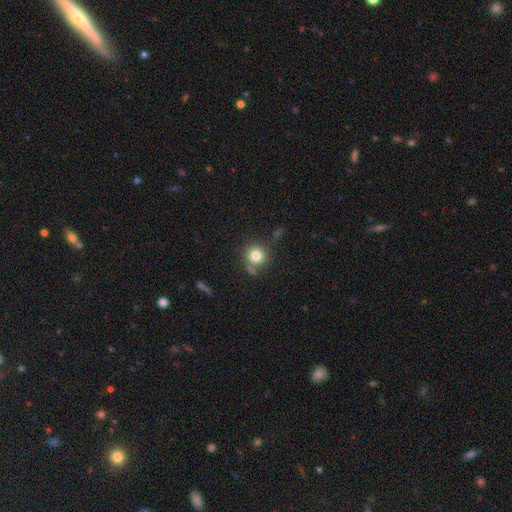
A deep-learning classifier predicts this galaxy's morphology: Q: Smooth or featured?
A: smooth (79%); runner-up: star or artifact (12%)
Q: How rounded?
A: round (92%); runner-up: in between (7%)
Q: Merging?
A: none (75%); runner-up: minor disturbance (12%)